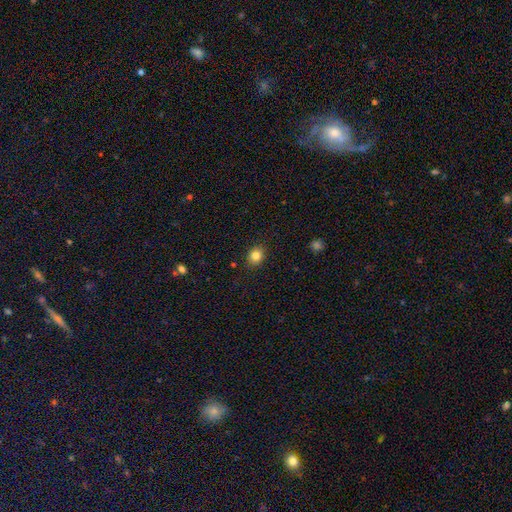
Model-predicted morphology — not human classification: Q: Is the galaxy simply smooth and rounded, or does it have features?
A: smooth — 83%.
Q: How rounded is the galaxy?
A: round — 58%.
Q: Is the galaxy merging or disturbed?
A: none — 88%.